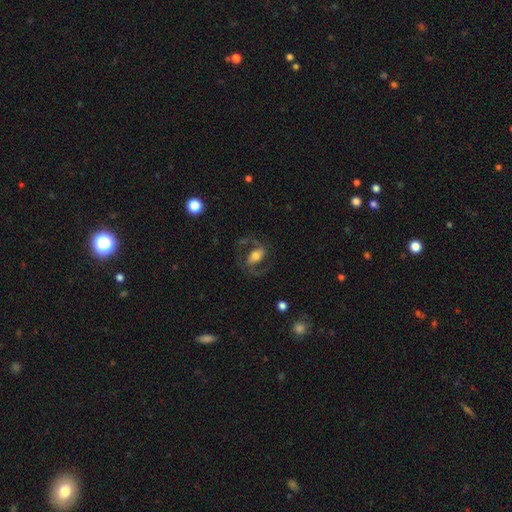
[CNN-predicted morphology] This appears to be a featured or disk galaxy (67%) with a strong bar (35%, tied with weak), 2 (88%) medium (53%) spiral arms (84%) and a moderate central bulge (57%). Merging: none (63%).